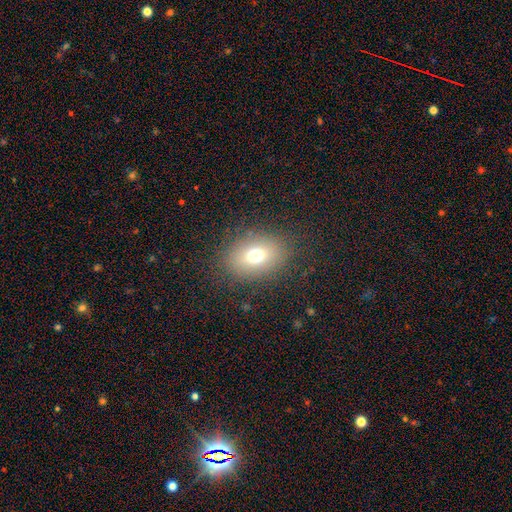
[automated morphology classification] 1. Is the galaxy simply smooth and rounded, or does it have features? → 70% smooth, 16% star or artifact, 14% featured or disk.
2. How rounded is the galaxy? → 64% in between, 35% round, 1% cigar-shaped.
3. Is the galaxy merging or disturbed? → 83% none, 10% minor disturbance, 6% major disturbance, 1% merger.